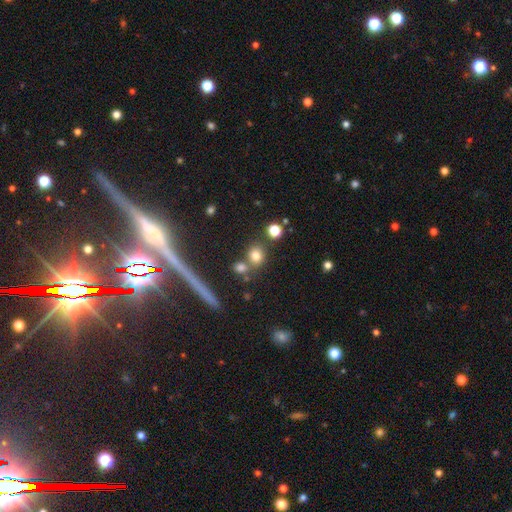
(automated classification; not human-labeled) smooth-or-featured: smooth: 76% | star or artifact: 14% | featured or disk: 10%
  how-rounded: round: 74% | in between: 22% | cigar-shaped: 3%
  merging: none: 69% | merger: 17% | minor disturbance: 10% | major disturbance: 4%